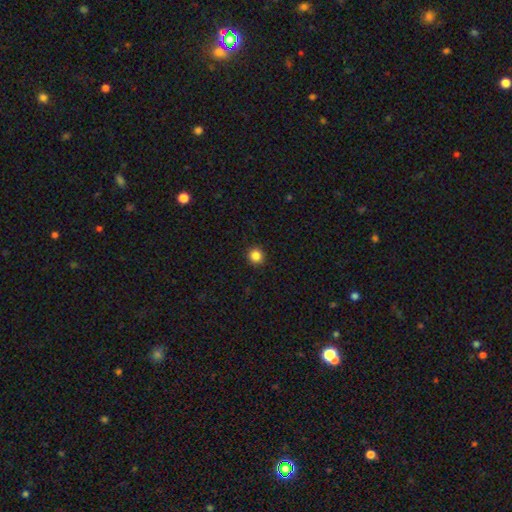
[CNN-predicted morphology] A smooth galaxy with no disk features (85%) that is round (94%).

Vote fractions:
- Smooth or featured? smooth: 85% / star or artifact: 11% / featured or disk: 4%
- How rounded? round: 94% / in between: 5% / cigar-shaped: 1%
- Merging? none: 93% / minor disturbance: 5% / major disturbance: 2% / merger: 1%